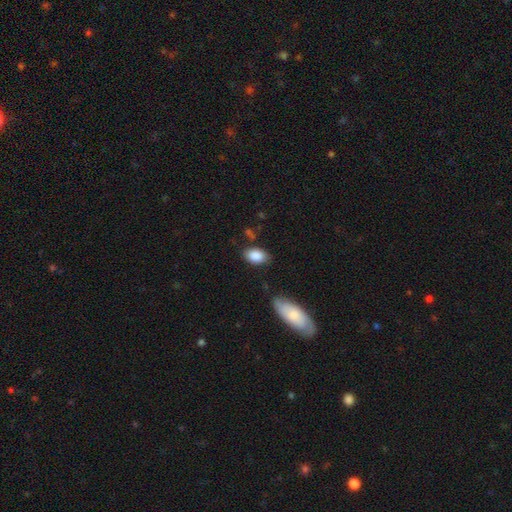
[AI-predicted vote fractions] The model was most divided on "merging": none: 75%, minor disturbance: 18%, major disturbance: 4%, merger: 3%. More confident: how rounded — in between (89%); smooth or featured — smooth (87%).